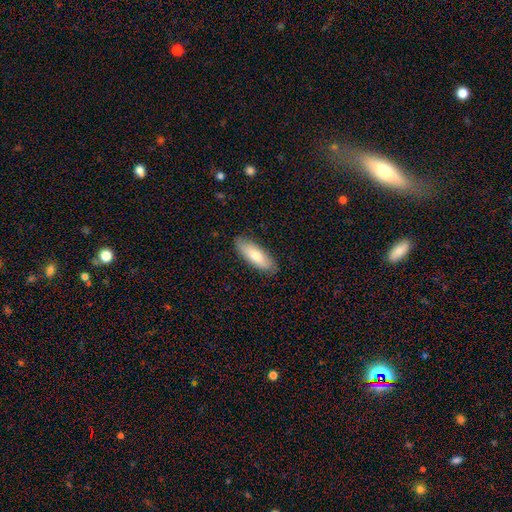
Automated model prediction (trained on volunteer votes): This is likely a smooth galaxy (75%). How rounded: likely in between (62%). Merging: clearly none (86%).